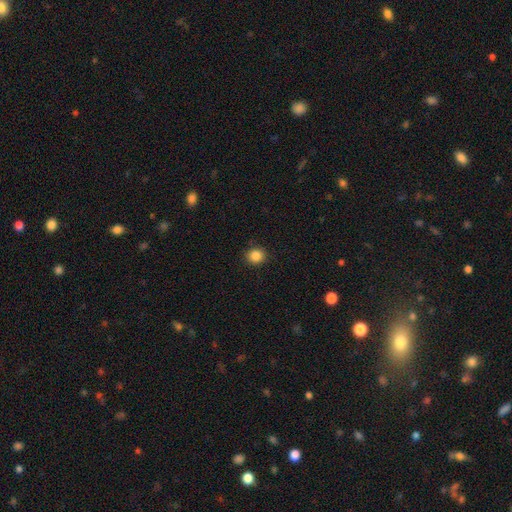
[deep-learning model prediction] Smooth or featured: smooth — 86% (star or artifact — 10%)
How rounded: round — 82% (in between — 17%)
Merging: none — 90% (minor disturbance — 7%)